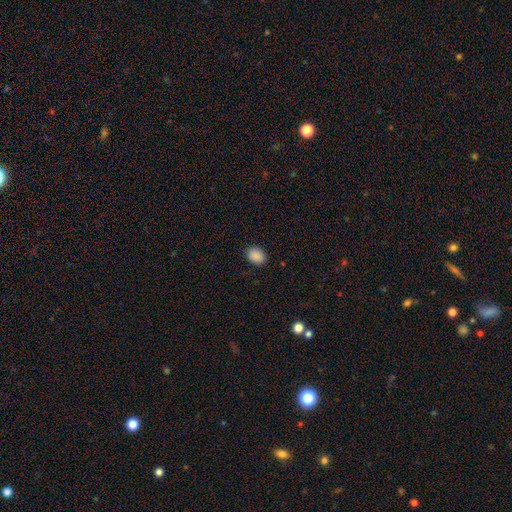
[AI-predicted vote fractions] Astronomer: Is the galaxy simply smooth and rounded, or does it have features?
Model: smooth — 89%.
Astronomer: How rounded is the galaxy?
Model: in between — 69%.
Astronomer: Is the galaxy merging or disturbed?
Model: none — 87%.